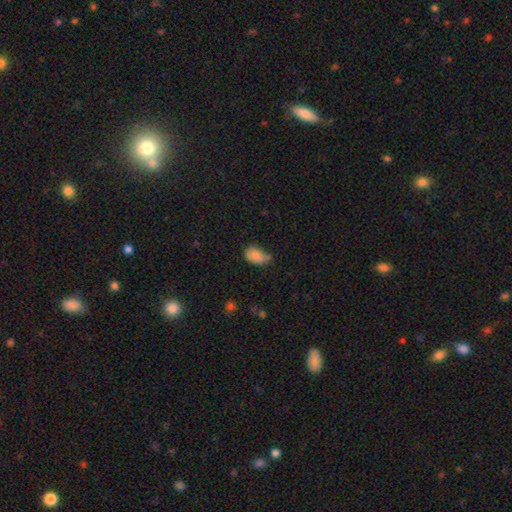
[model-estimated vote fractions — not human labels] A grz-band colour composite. It shows a smooth galaxy with no disk features (81%) that is in between round and cigar-shaped (88%). Merging: none (43%).